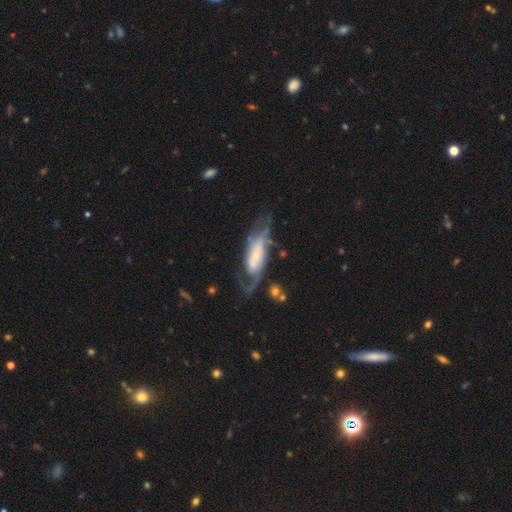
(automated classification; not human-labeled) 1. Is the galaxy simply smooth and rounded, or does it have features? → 79% featured or disk, 14% smooth, 6% star or artifact.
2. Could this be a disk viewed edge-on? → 87% no, 13% yes.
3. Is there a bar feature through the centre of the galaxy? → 53% no, 31% weak, 16% strong.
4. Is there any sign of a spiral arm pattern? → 90% yes, 10% no.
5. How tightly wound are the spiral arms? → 42% medium, 31% tight, 27% loose.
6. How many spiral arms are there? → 49% 2, 27% can't tell, 10% 3, 6% 1, 4% 4, 3% more than 4.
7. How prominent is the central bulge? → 65% small, 23% moderate, 6% none, 5% large, 2% dominant.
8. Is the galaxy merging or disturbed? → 54% none, 23% major disturbance, 19% minor disturbance, 4% merger.